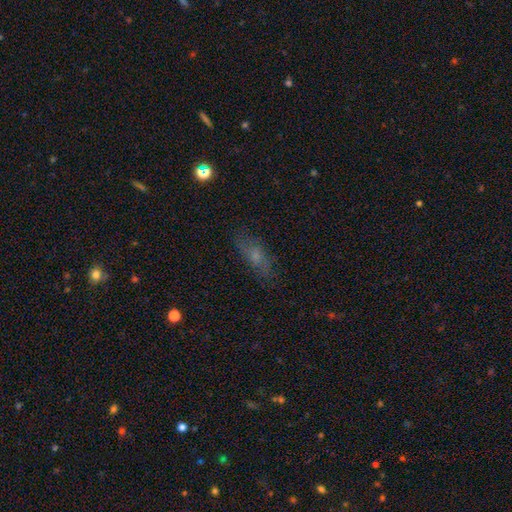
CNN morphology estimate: This appears to be a smooth galaxy with no disk features (54%) that is in between round and cigar-shaped (65%). Merging: none (74%).